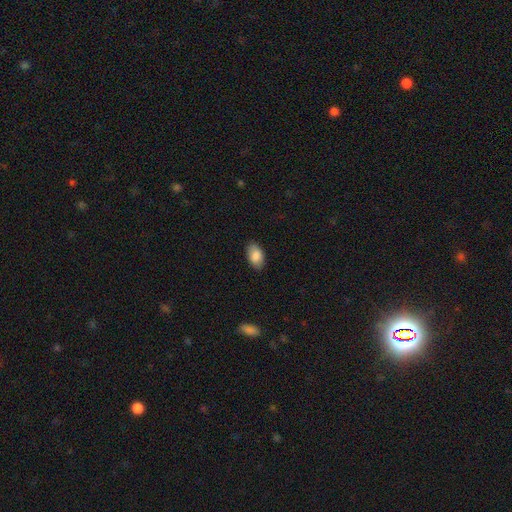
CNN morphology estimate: type=smooth (87%); roundness=in between (94%); merging=none (86%).